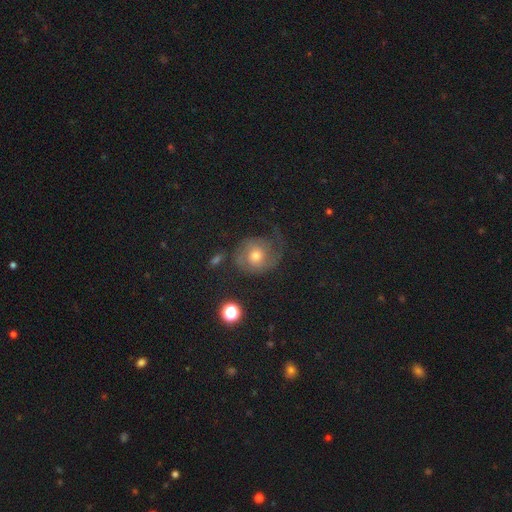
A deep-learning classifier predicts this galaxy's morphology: smooth_or_featured: featured or disk (p=0.70) [alt: smooth p=0.20]
disk_edge_on: no (p=0.97) [alt: yes p=0.03]
bar: no (p=0.77) [alt: weak p=0.20]
has_spiral_arms: yes (p=0.91) [alt: no p=0.09]
spiral_winding: tight (p=0.40) [alt: medium p=0.39]
spiral_arm_count: 2 (p=0.58) [alt: 1 p=0.17]
bulge_size: moderate (p=0.68) [alt: small p=0.21]
merging: none (p=0.56) [alt: major disturbance p=0.21]